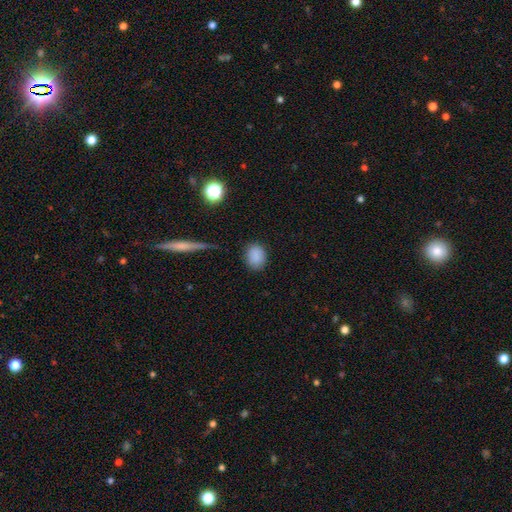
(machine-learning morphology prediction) A smooth galaxy with no disk features (86%) that is in between round and cigar-shaped (52%).

Vote fractions:
- Smooth or featured? smooth: 86% / star or artifact: 9% / featured or disk: 4%
- How rounded? in between: 52% / round: 47% / cigar-shaped: 1%
- Merging? none: 84% / minor disturbance: 12% / major disturbance: 3% / merger: 1%